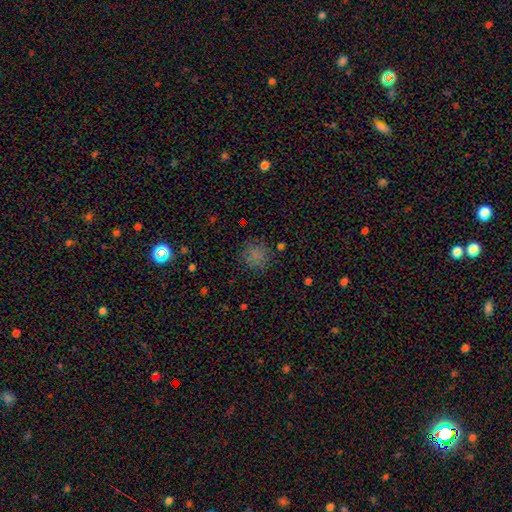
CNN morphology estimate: Q: Smooth or featured?
A: smooth (76%); runner-up: star or artifact (17%)
Q: How rounded?
A: round (89%); runner-up: in between (10%)
Q: Merging?
A: none (82%); runner-up: minor disturbance (12%)